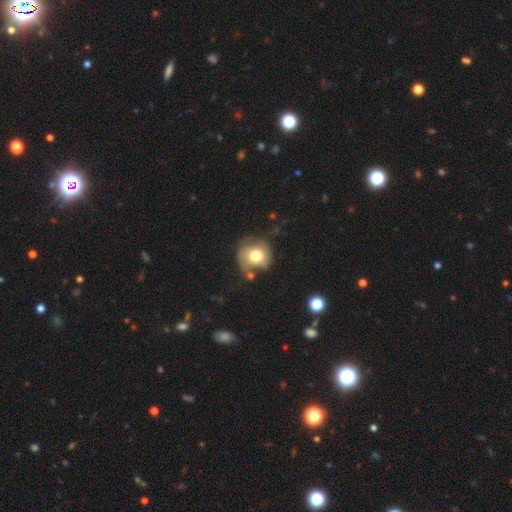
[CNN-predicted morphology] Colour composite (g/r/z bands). It shows a smooth galaxy with no disk features (71%) that is round (84%). Merging: none (54%).